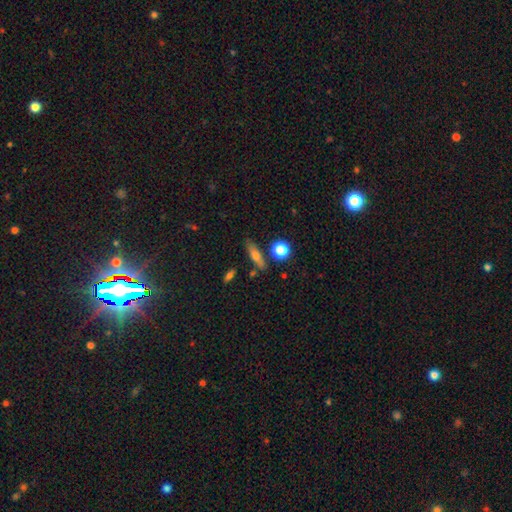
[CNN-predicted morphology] A smooth galaxy with no disk features (62%) that is cigar-shaped (58%). Merging: none (77%).